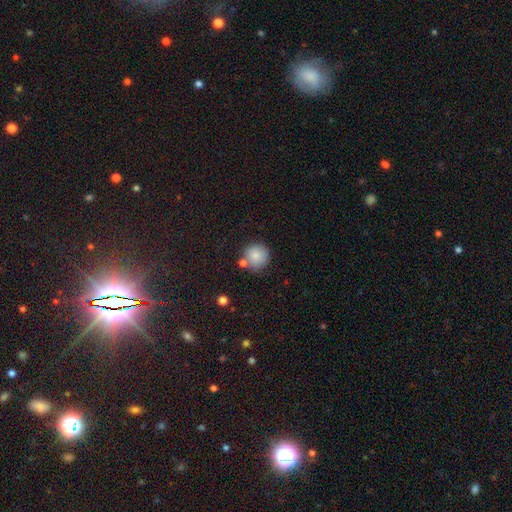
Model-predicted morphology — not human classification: This is clearly a smooth galaxy (83%). How rounded: clearly round (94%). Merging: likely none (73%).